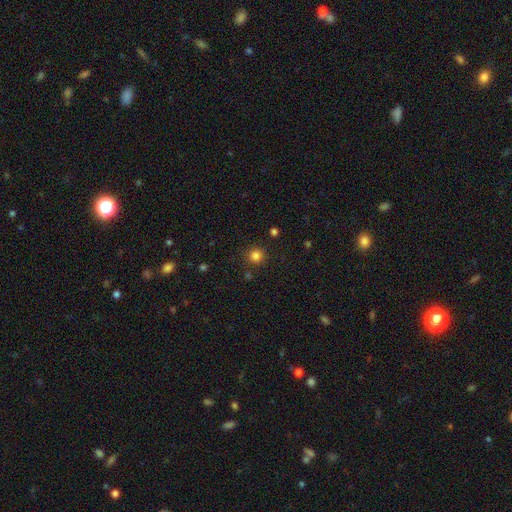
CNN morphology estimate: smooth 82%, star or artifact 14%, featured or disk 4%. Down the decision tree: how rounded — round (94%); merging — none (88%).